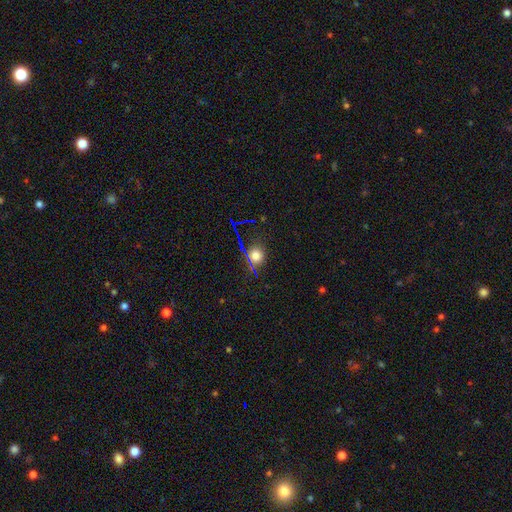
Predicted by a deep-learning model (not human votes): Q: Smooth or featured?
A: smooth (64%); runner-up: star or artifact (27%)
Q: How rounded?
A: round (77%); runner-up: in between (21%)
Q: Merging?
A: none (79%); runner-up: minor disturbance (13%)